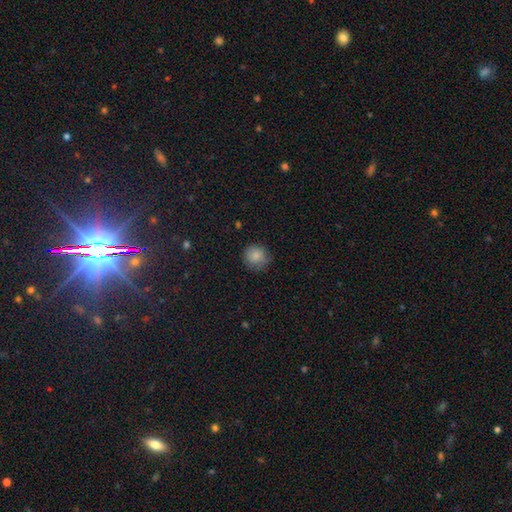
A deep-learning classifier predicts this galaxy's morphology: Smooth or featured?
  - smooth: 85% *
  - star or artifact: 9%
  - featured or disk: 6%
How rounded?
  - round: 90% *
  - in between: 9%
  - cigar-shaped: 1%
Merging?
  - none: 78% *
  - minor disturbance: 17%
  - major disturbance: 4%
  - merger: 1%